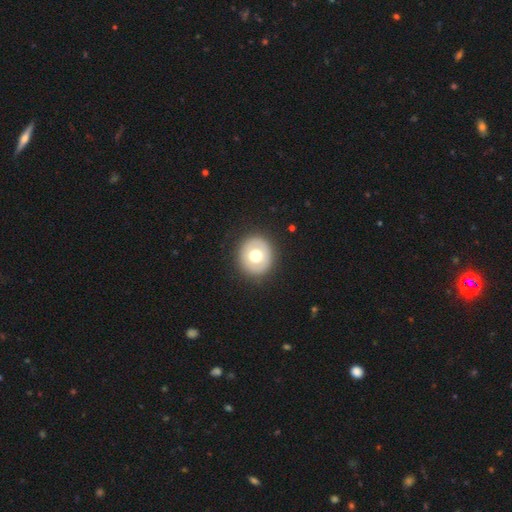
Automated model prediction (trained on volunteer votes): Smooth or featured: smooth — 62% (featured or disk — 30%)
How rounded: round — 87% (in between — 12%)
Merging: none — 90% (minor disturbance — 7%)